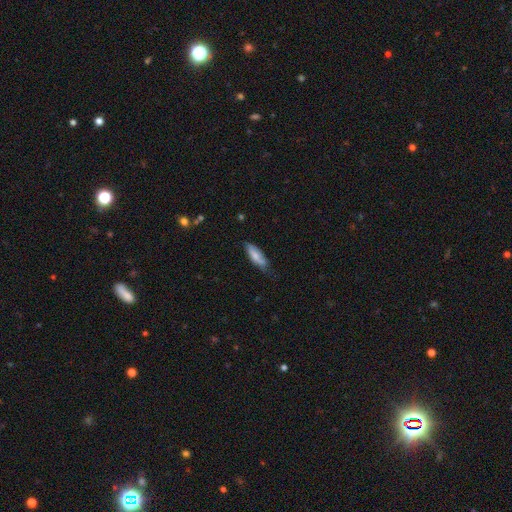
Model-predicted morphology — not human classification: Smooth or featured?
  - smooth: 70% *
  - featured or disk: 24%
  - star or artifact: 6%
How rounded?
  - in between: 57% *
  - cigar-shaped: 42%
  - round: 2%
Merging?
  - none: 60% *
  - minor disturbance: 32%
  - major disturbance: 7%
  - merger: 2%